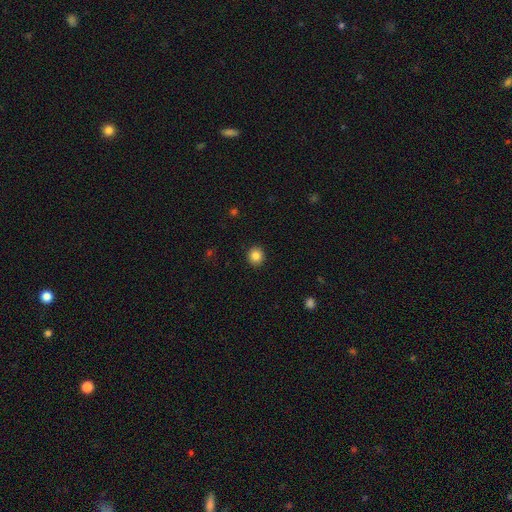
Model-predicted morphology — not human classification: Smooth or featured?
  - smooth: 85% *
  - star or artifact: 10%
  - featured or disk: 4%
How rounded?
  - round: 90% *
  - in between: 10%
  - cigar-shaped: 1%
Merging?
  - none: 92% *
  - minor disturbance: 5%
  - major disturbance: 2%
  - merger: 1%